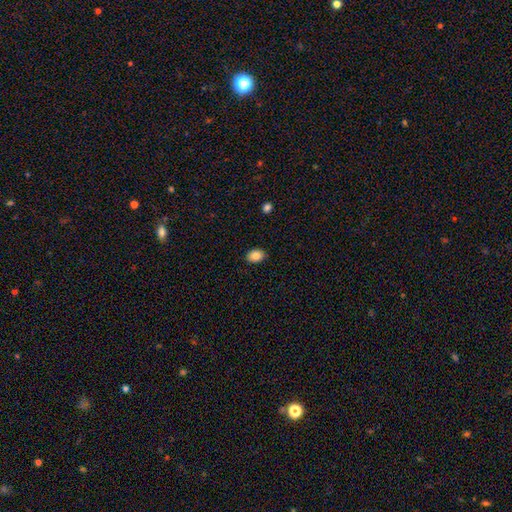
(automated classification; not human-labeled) The model was most divided on "how rounded": in between: 75%, round: 25%, cigar-shaped: 1%. More confident: merging — none (89%); smooth or featured — smooth (84%).